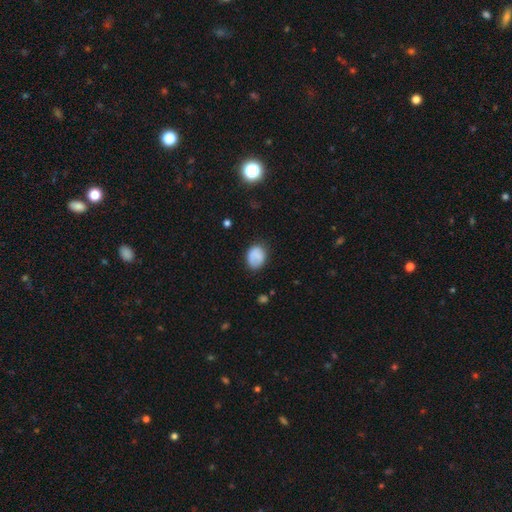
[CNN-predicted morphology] type=smooth (79%); roundness=in between (63%); merging=none (72%).